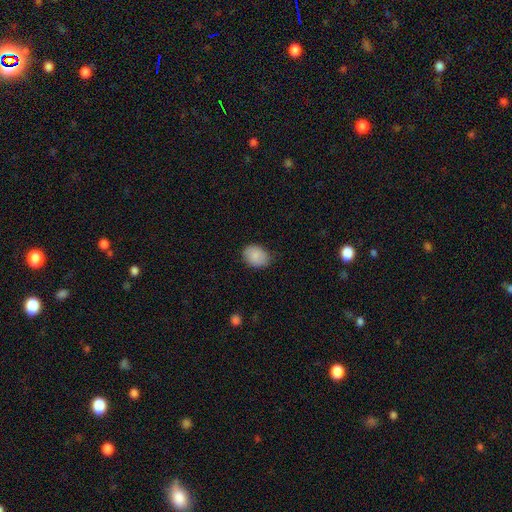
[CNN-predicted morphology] Q: Smooth or featured?
A: smooth (86%); runner-up: star or artifact (7%)
Q: How rounded?
A: in between (65%); runner-up: round (34%)
Q: Merging?
A: none (78%); runner-up: minor disturbance (18%)